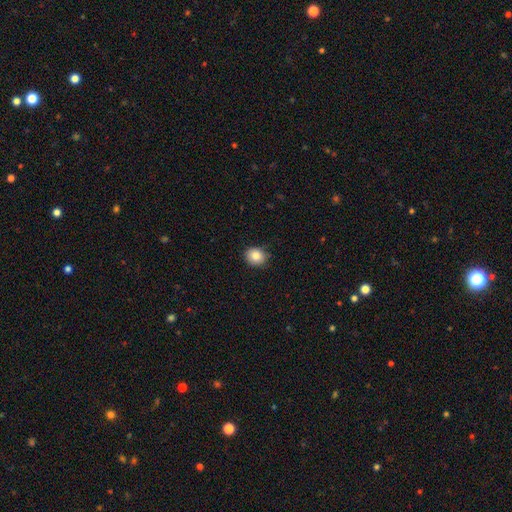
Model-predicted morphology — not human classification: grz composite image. It shows a smooth galaxy with no disk features (83%) that is round (73%). Merging: none (84%).